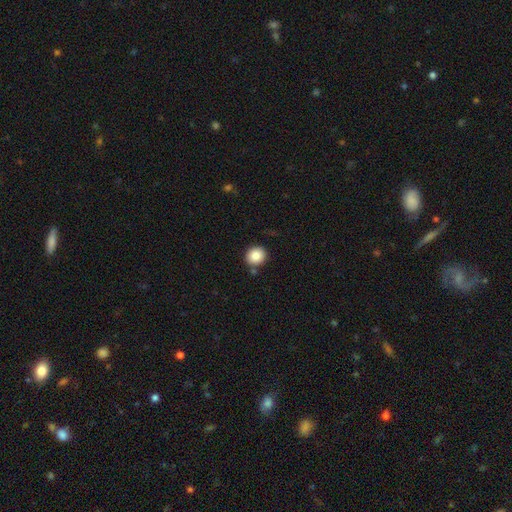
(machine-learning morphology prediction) Q: Smooth or featured?
A: smooth (85%); runner-up: star or artifact (9%)
Q: How rounded?
A: round (84%); runner-up: in between (15%)
Q: Merging?
A: none (83%); runner-up: minor disturbance (9%)